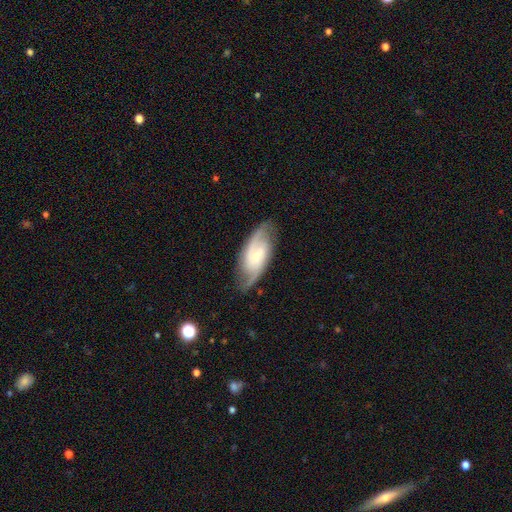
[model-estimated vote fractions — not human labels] A featured or disk galaxy (81%) with no bar (50%), 2 (82%) medium (49%) spiral arms (95%) and a small central bulge (60%). Merging: none (79%).